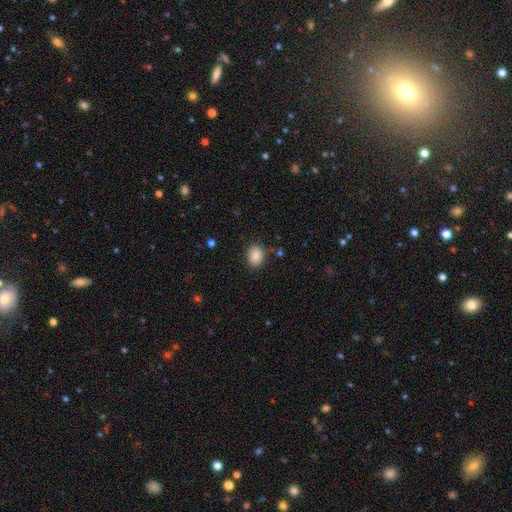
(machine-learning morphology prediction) Smooth or featured? smooth (88%)
How rounded? in between (64%)
Merging? none (84%)